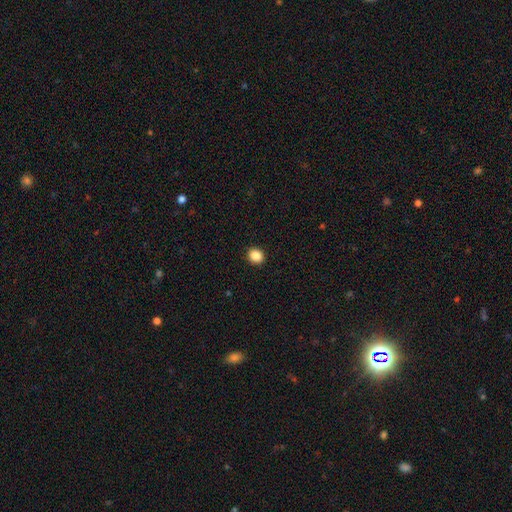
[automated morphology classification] Smooth or featured?
  - smooth: 88% *
  - star or artifact: 9%
  - featured or disk: 3%
How rounded?
  - round: 71% *
  - in between: 28%
  - cigar-shaped: 1%
Merging?
  - none: 92% *
  - minor disturbance: 5%
  - major disturbance: 2%
  - merger: 1%